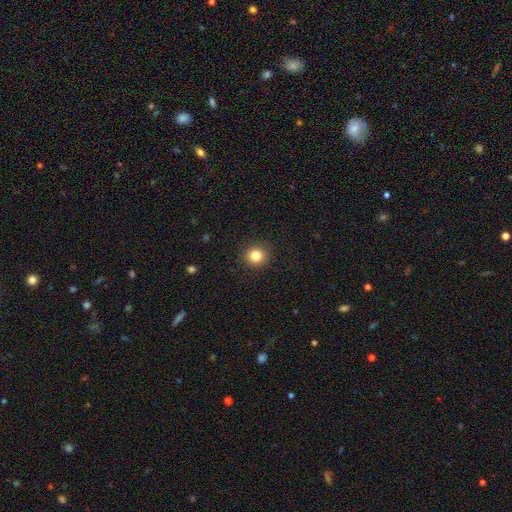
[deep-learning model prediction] Smooth or featured? Predicted: smooth (p=0.83). How rounded? Predicted: round (p=0.92). Merging? Predicted: none (p=0.91).